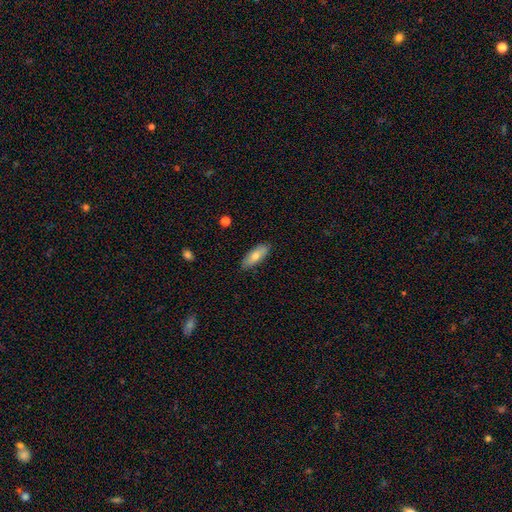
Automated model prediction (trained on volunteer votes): Overall: smooth (75%). How rounded: in between (73%). Merging: none (87%).